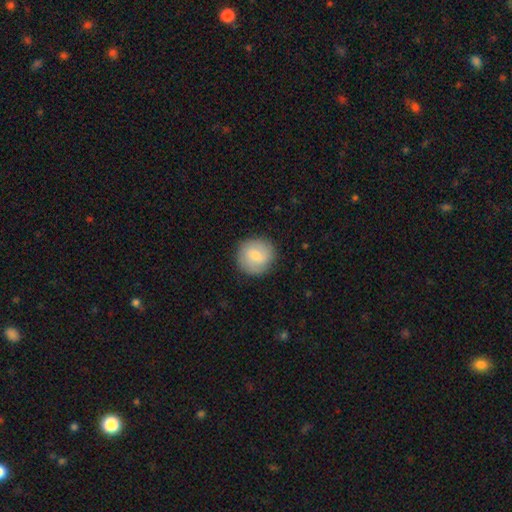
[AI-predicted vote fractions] Smooth or featured: smooth — 71% (featured or disk — 23%)
How rounded: round — 91% (in between — 8%)
Merging: none — 88% (minor disturbance — 9%)